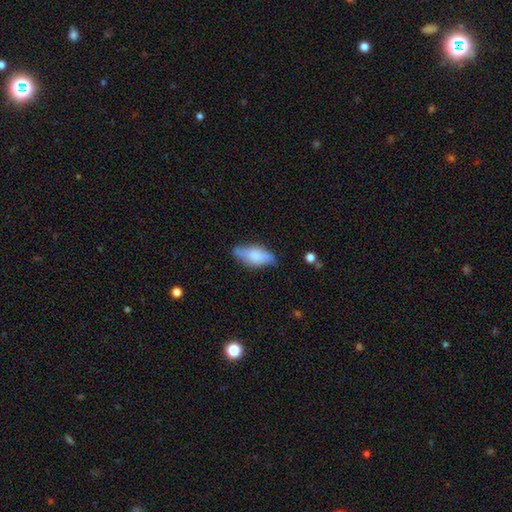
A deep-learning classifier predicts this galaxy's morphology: Smooth or featured? Predicted: smooth (p=0.70). How rounded? Predicted: in between (p=0.80). Merging? Predicted: none (p=0.70).